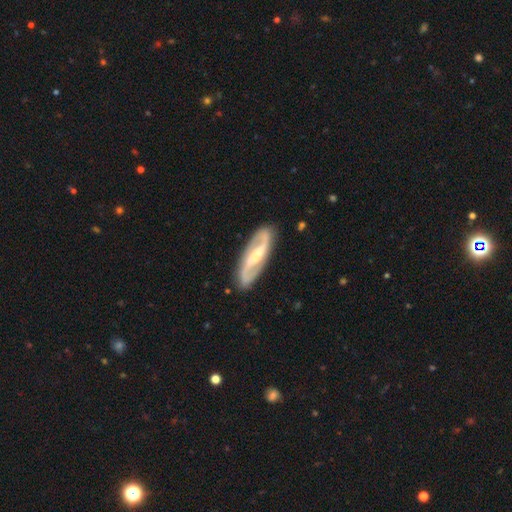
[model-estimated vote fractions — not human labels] Smooth or featured? Predicted: featured or disk (p=0.87). Edge-on disk? Predicted: no (p=0.92). Bar? Predicted: strong (p=0.49). Spiral arms? Predicted: yes (p=0.95). Spiral winding? Predicted: medium (p=0.46). Spiral arm count? Predicted: 2 (p=0.93). Bulge size? Predicted: moderate (p=0.53). Merging? Predicted: none (p=0.88).